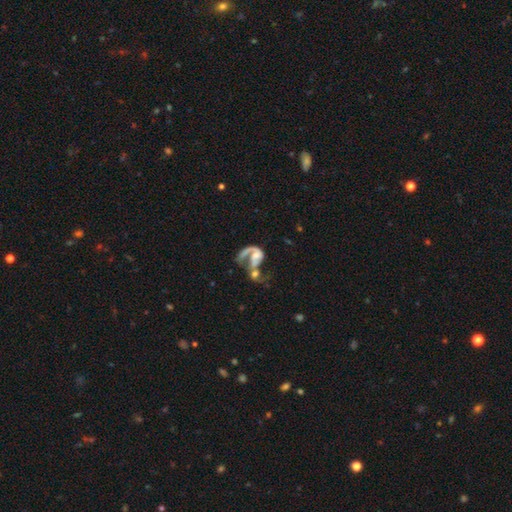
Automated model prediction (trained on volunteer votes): smooth_or_featured: featured or disk (p=0.76) [alt: smooth p=0.17]
disk_edge_on: no (p=0.97) [alt: yes p=0.03]
bar: no (p=0.61) [alt: weak p=0.29]
has_spiral_arms: yes (p=0.84) [alt: no p=0.16]
spiral_winding: loose (p=0.59) [alt: medium p=0.30]
spiral_arm_count: 1 (p=0.64) [alt: 2 p=0.28]
bulge_size: moderate (p=0.39) [alt: small p=0.33]
merging: merger (p=0.56) [alt: major disturbance p=0.24]